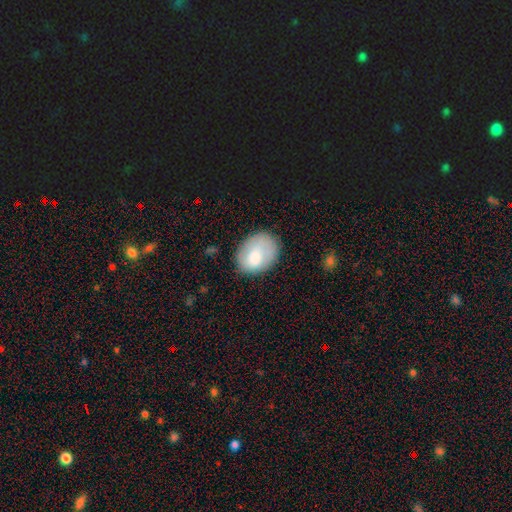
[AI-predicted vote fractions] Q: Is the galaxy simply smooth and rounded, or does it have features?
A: smooth — 77%.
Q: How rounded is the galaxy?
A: in between — 69%.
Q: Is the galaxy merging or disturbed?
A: none — 65%.